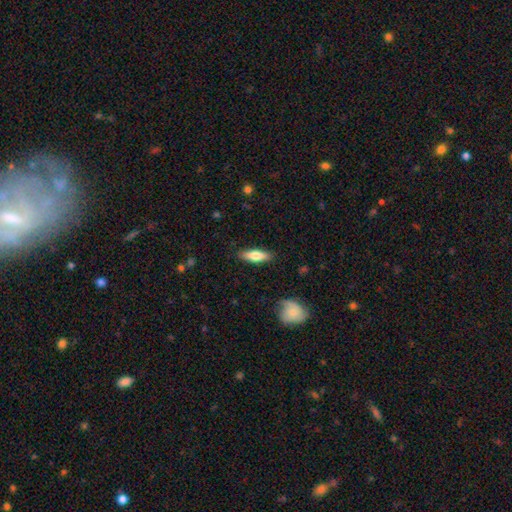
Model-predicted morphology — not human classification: A smooth galaxy with no disk features (70%) that is cigar-shaped (52%). Merging: none (87%).